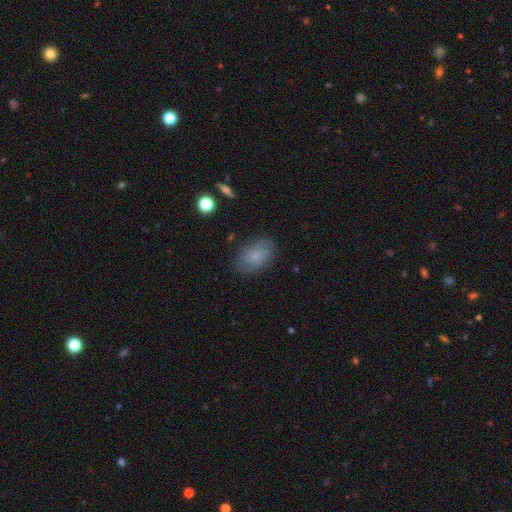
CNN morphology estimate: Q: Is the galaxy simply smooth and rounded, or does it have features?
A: smooth — 76%.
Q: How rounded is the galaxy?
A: in between — 89%.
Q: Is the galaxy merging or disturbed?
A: none — 79%.